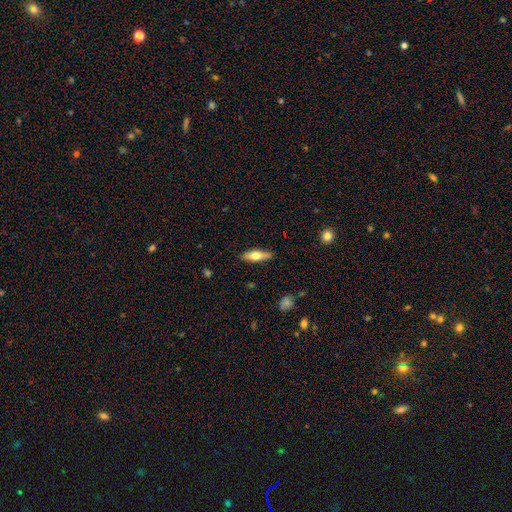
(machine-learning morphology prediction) Smooth or featured? Predicted: smooth (p=0.57). How rounded? Predicted: cigar-shaped (p=0.51). Merging? Predicted: none (p=0.88).